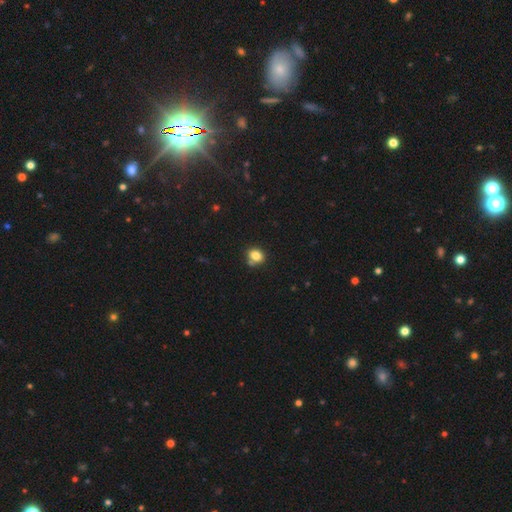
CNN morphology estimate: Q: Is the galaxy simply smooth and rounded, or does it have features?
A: smooth — 81%.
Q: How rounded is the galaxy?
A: round — 62%.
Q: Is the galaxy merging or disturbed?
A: none — 67%.